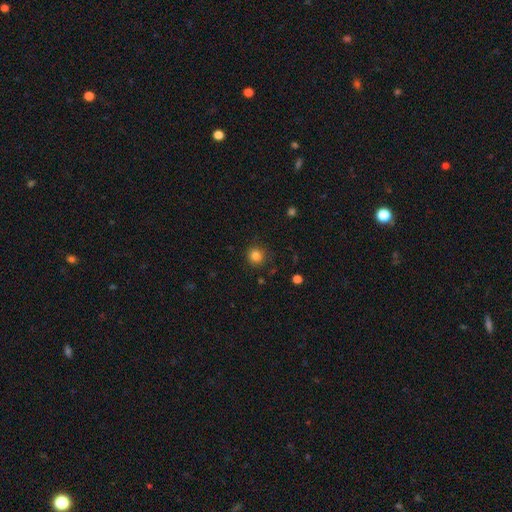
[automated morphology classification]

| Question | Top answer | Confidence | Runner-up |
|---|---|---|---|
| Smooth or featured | smooth | 83% | star or artifact (12%) |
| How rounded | round | 93% | in between (6%) |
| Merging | none | 88% | minor disturbance (8%) |